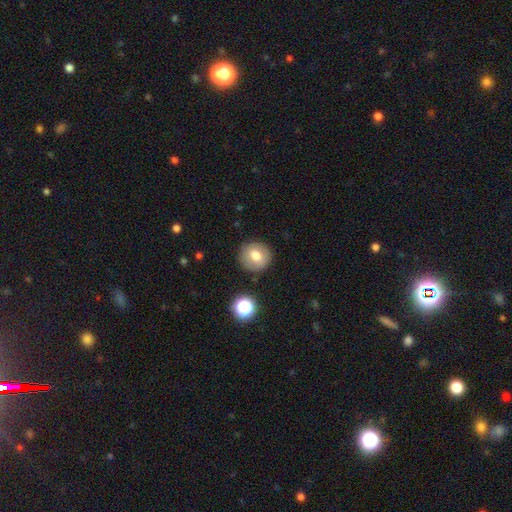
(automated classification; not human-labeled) smooth_or_featured: smooth (p=0.73) [alt: featured or disk p=0.17]
how_rounded: round (p=0.88) [alt: in between p=0.11]
merging: none (p=0.86) [alt: minor disturbance p=0.09]